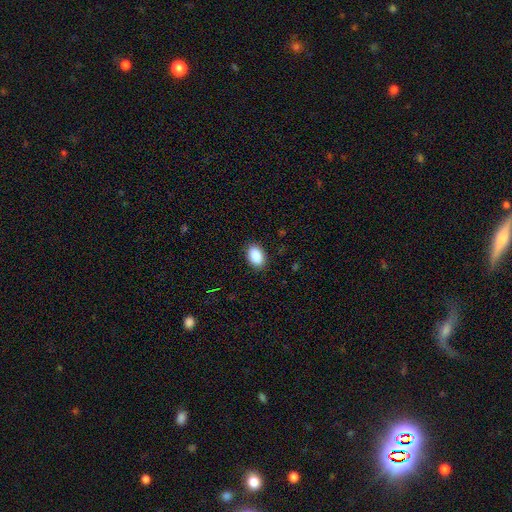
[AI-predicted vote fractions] smooth_or_featured: smooth (p=0.90) [alt: star or artifact p=0.07]
how_rounded: in between (p=0.89) [alt: round p=0.09]
merging: none (p=0.89) [alt: minor disturbance p=0.09]